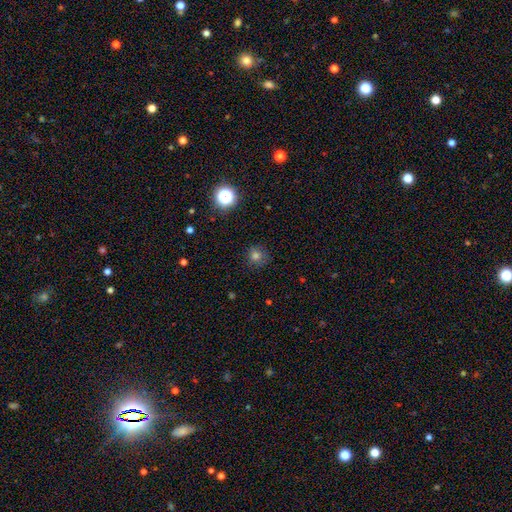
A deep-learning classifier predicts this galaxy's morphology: smooth 75%, star or artifact 19%, featured or disk 7%. Down the decision tree: how rounded — round (89%); merging — none (82%).